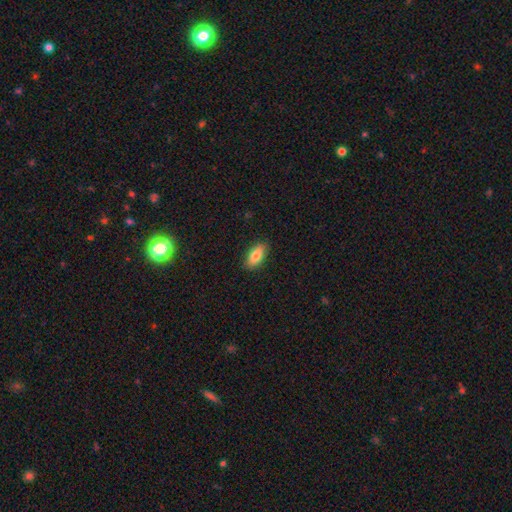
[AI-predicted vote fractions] The model was most divided on "smooth or featured": smooth: 82%, featured or disk: 12%, star or artifact: 7%. More confident: merging — none (88%); how rounded — in between (88%).